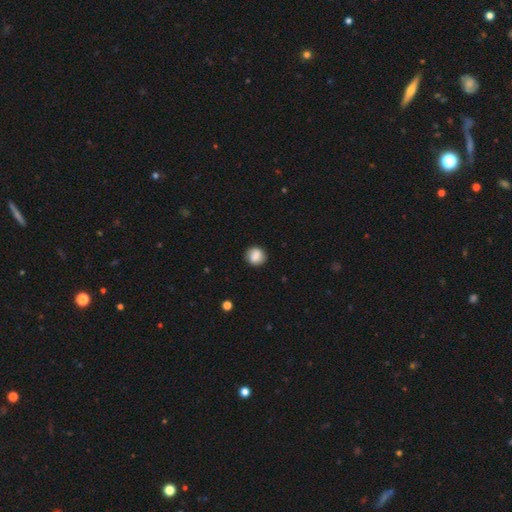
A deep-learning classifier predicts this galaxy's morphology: The model was most divided on "how rounded": round: 83%, in between: 16%, cigar-shaped: 1%. More confident: merging — none (85%); smooth or featured — smooth (83%).